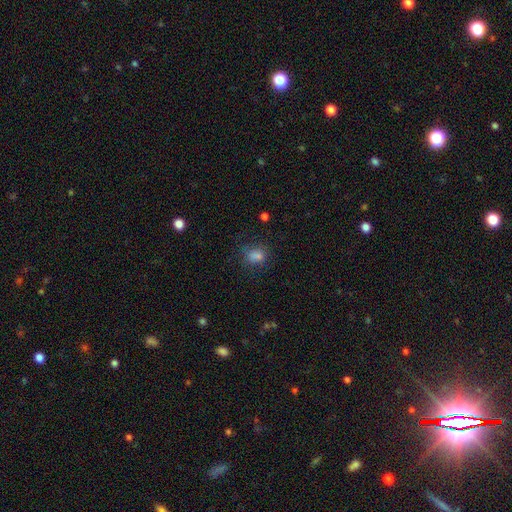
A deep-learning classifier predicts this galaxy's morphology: Smooth or featured? Predicted: smooth (p=0.78). How rounded? Predicted: round (p=0.54). Merging? Predicted: none (p=0.73).